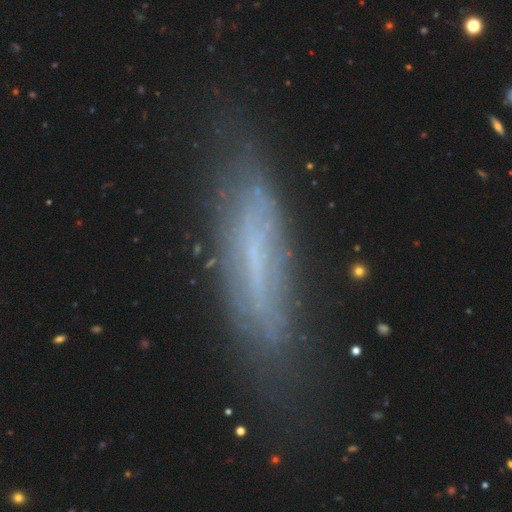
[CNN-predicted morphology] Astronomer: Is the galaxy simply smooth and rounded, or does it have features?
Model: featured or disk — 55% (runner-up: smooth, 34%).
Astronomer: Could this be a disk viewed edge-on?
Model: yes — 61% (runner-up: no, 39%).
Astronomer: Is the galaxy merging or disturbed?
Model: none — 66%.